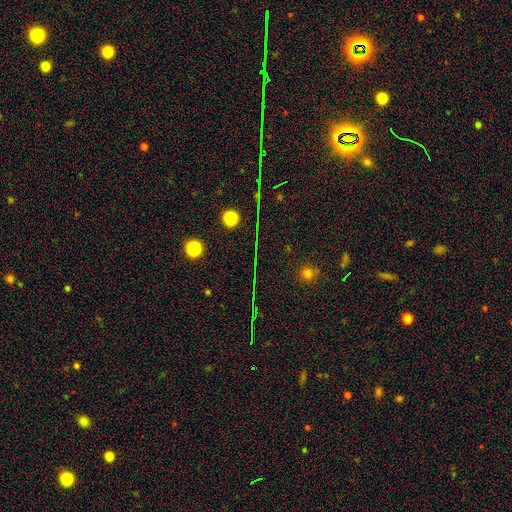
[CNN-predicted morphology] smooth-or-featured: star or artifact: 74% | smooth: 16% | featured or disk: 10%